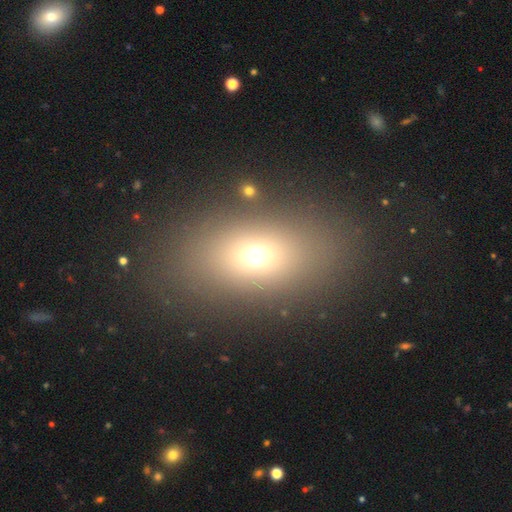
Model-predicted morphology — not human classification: Overall: smooth (66%). How rounded: in between (74%). Merging: none (84%).